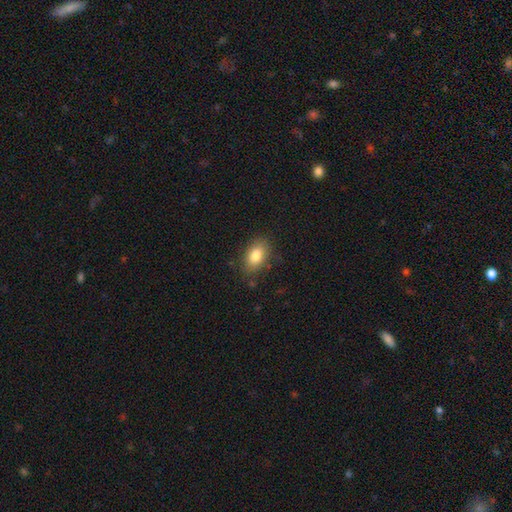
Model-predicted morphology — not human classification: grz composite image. It shows a smooth galaxy with no disk features (83%) that is in between round and cigar-shaped (88%). Merging: none (82%).